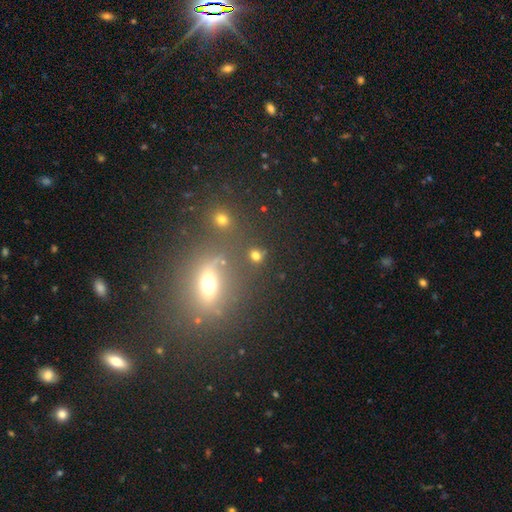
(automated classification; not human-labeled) A smooth galaxy with no disk features (69%) that is round (73%). Merging: none (76%).